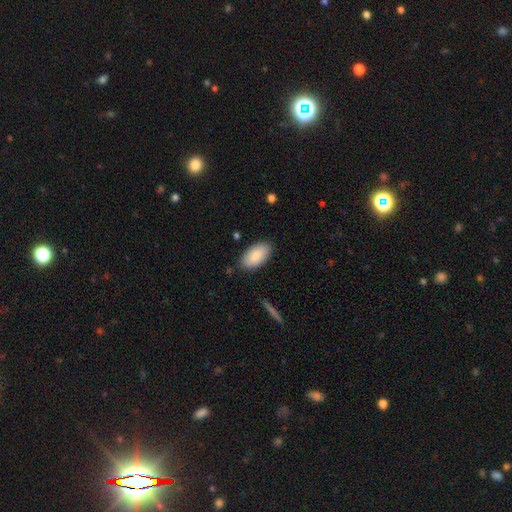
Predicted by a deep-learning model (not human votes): Overall: smooth (85%). How rounded: in between (95%). Merging: none (84%).